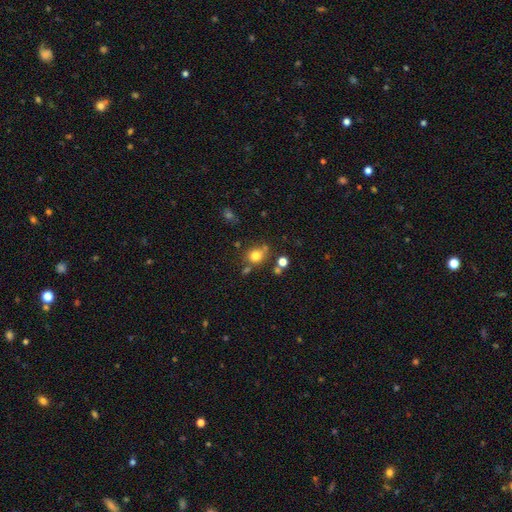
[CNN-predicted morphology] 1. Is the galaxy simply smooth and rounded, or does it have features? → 77% smooth, 14% star or artifact, 9% featured or disk.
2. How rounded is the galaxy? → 70% round, 29% in between, 1% cigar-shaped.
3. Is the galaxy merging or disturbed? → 64% none, 16% minor disturbance, 14% merger, 6% major disturbance.